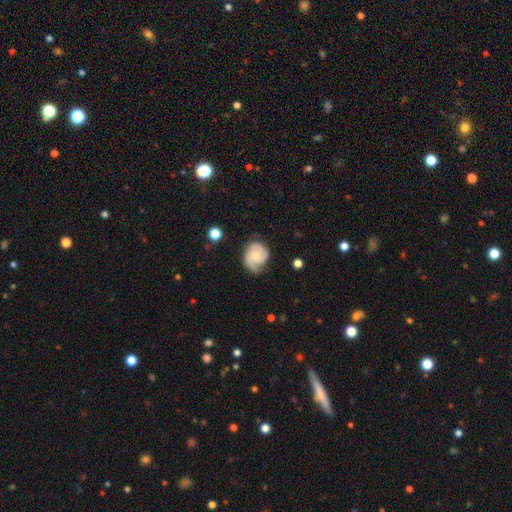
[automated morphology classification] featured or disk 73%, smooth 21%, star or artifact 6%. Down the decision tree: edge-on disk — no (98%); bar — no (70%); spiral arms — yes (95%); spiral arm count — 2 (66%); spiral winding — tight (52%); bulge size — small (47%); merging — none (64%).